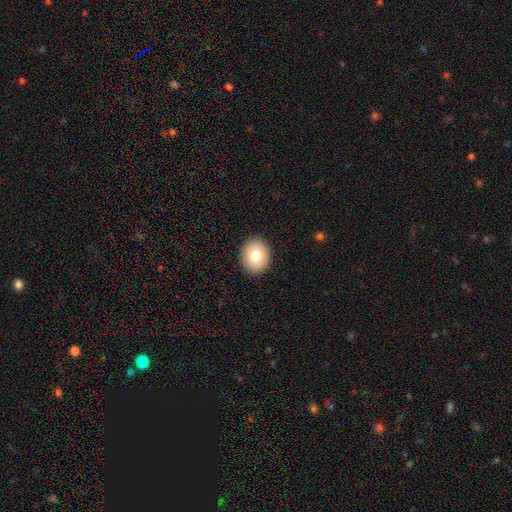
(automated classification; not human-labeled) Smooth or featured? smooth (79%)
How rounded? round (62%)
Merging? none (92%)